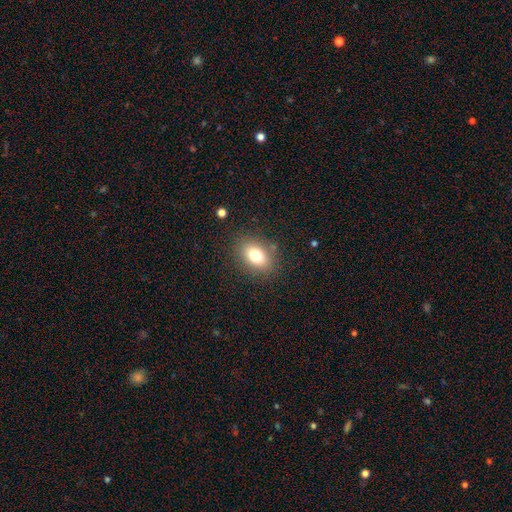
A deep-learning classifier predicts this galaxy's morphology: Smooth or featured?
  - smooth: 77% *
  - featured or disk: 12%
  - star or artifact: 11%
How rounded?
  - in between: 77% *
  - round: 21%
  - cigar-shaped: 1%
Merging?
  - none: 84% *
  - minor disturbance: 11%
  - major disturbance: 4%
  - merger: 2%